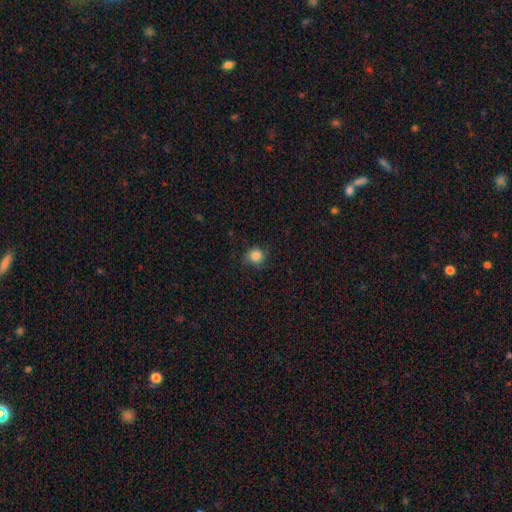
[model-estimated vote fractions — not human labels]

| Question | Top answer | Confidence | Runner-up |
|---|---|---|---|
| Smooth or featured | smooth | 79% | featured or disk (11%) |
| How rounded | round | 86% | in between (13%) |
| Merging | none | 72% | minor disturbance (19%) |